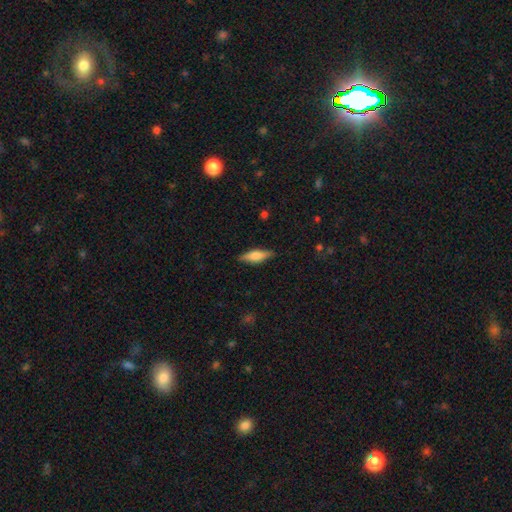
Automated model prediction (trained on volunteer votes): Overall: smooth (62%; featured or disk 31%). How rounded: in between (49%, tied with cigar-shaped). Merging: none (85%).